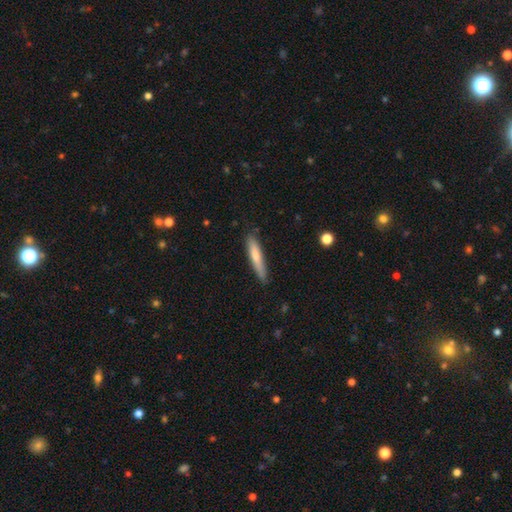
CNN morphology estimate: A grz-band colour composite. It shows a smooth galaxy with no disk features (71%) that is cigar-shaped (90%). Merging: none (82%).